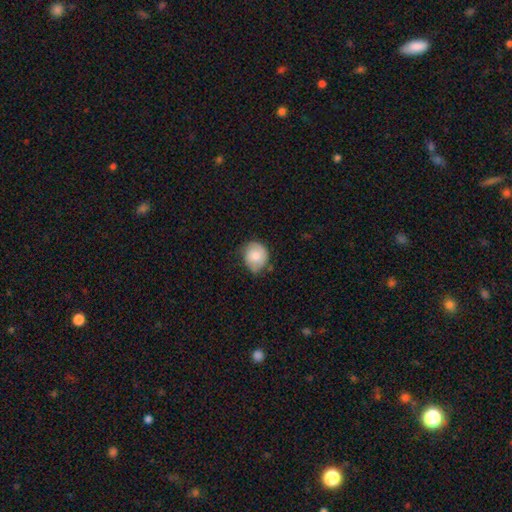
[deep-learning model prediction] Smooth or featured? Predicted: smooth (p=0.77). How rounded? Predicted: round (p=0.75). Merging? Predicted: none (p=0.53).